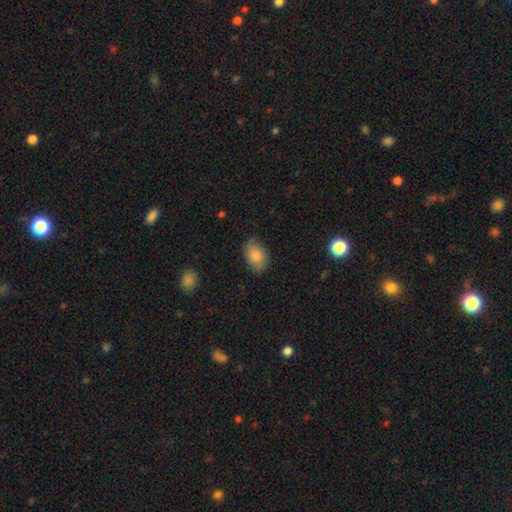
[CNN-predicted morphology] Smooth or featured? smooth (86%)
How rounded? in between (88%)
Merging? none (80%)